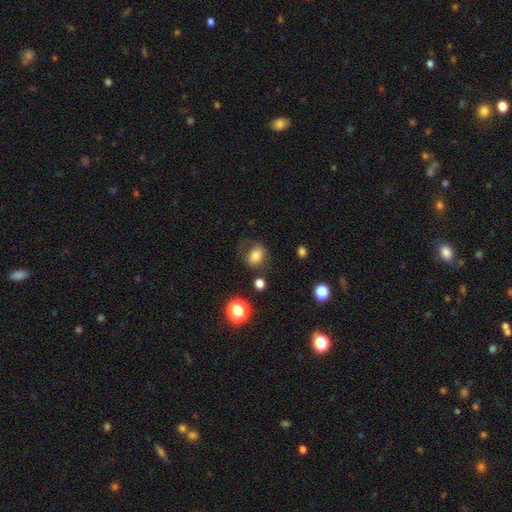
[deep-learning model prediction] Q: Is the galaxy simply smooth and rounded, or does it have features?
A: smooth — 73%.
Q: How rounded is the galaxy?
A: in between — 59%.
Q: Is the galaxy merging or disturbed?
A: none — 62%.